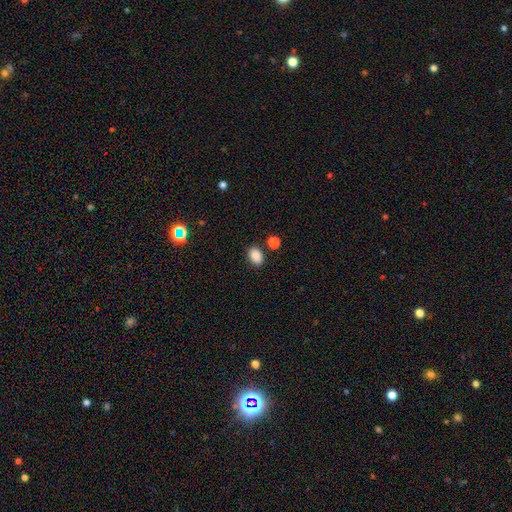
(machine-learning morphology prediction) Overall: smooth (87%). How rounded: in between (76%). Merging: none (81%).